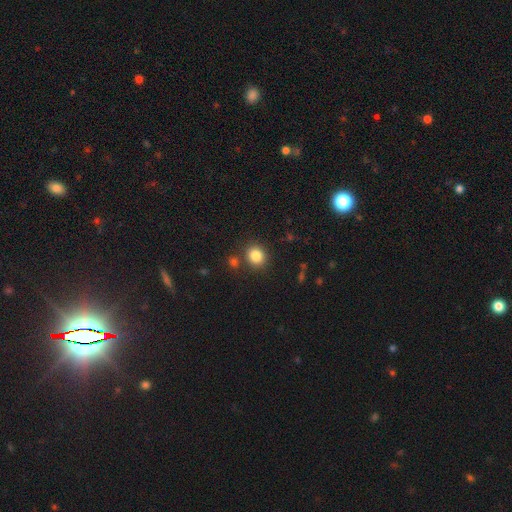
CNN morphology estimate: type=smooth (85%); roundness=round (81%); merging=none (82%).